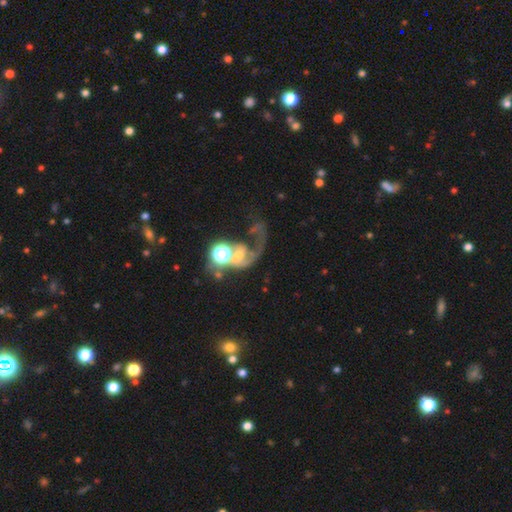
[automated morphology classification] This is possibly a featured or disk galaxy (48%). Merging: marginally merger (36%).